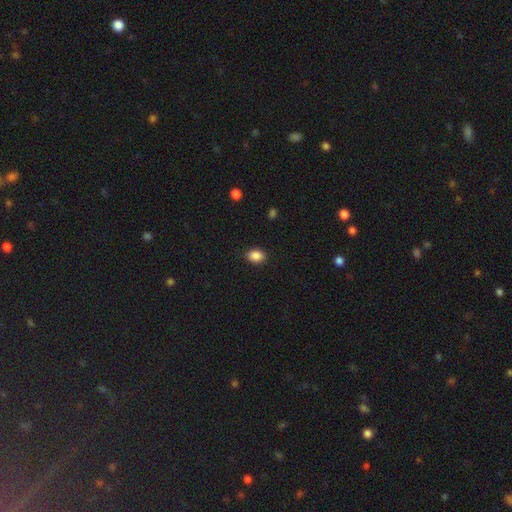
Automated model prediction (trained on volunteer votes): The model was most divided on "how rounded": in between: 70%, round: 29%, cigar-shaped: 1%. More confident: smooth or featured — smooth (87%); merging — none (86%).